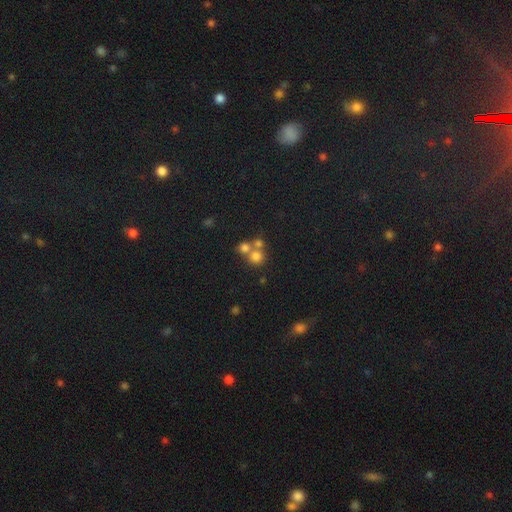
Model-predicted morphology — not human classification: smooth_or_featured: smooth (p=0.67) [alt: star or artifact p=0.19]
how_rounded: round (p=0.88) [alt: in between p=0.11]
merging: merger (p=0.46) [alt: none p=0.45]